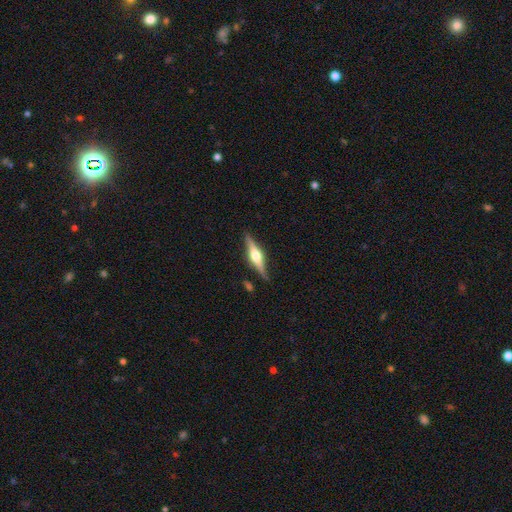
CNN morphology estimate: smooth-or-featured: featured or disk: 78% | smooth: 17% | star or artifact: 5%
  disk-edge-on: yes: 98% | no: 2%
    edge-on-bulge: rounded: 93% | boxy: 6% | none: 2%
  merging: none: 86% | minor disturbance: 10% | major disturbance: 2% | merger: 2%